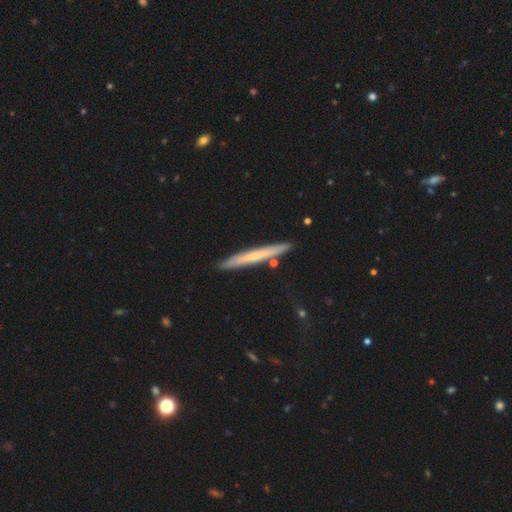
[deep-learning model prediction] Smooth or featured? smooth (50%)
Merging? none (88%)